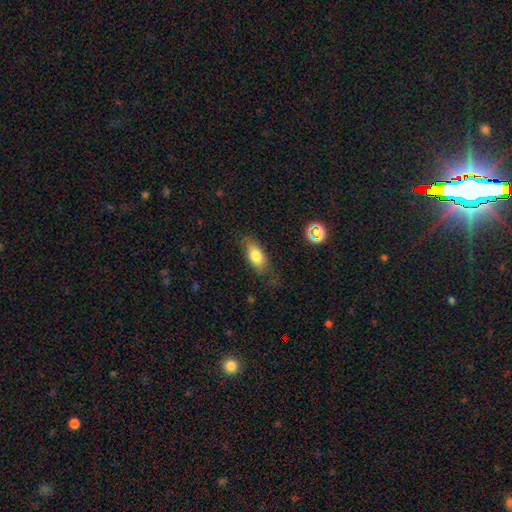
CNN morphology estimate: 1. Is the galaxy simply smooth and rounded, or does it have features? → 76% smooth, 15% featured or disk, 8% star or artifact.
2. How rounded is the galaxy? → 83% in between, 12% cigar-shaped, 5% round.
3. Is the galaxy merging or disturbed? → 69% none, 22% minor disturbance, 8% major disturbance, 2% merger.